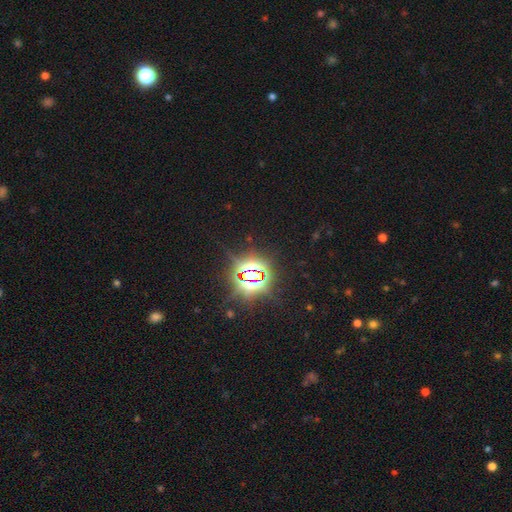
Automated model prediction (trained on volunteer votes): The model was most divided on "smooth or featured": star or artifact: 85%, smooth: 10%, featured or disk: 5%.